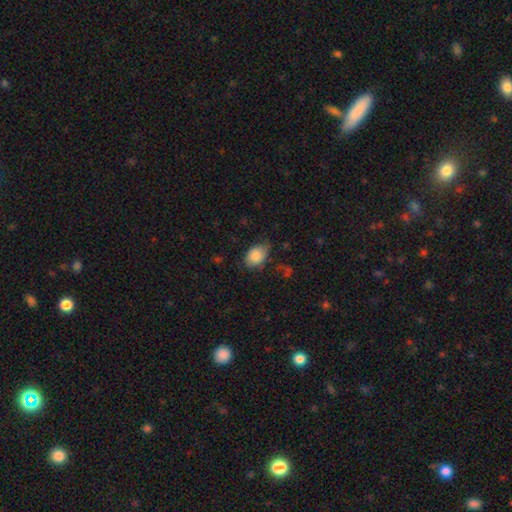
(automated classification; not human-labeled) Smooth or featured?
  - smooth: 83% *
  - featured or disk: 10%
  - star or artifact: 7%
How rounded?
  - in between: 80% *
  - round: 19%
  - cigar-shaped: 1%
Merging?
  - none: 63% *
  - minor disturbance: 28%
  - major disturbance: 7%
  - merger: 2%